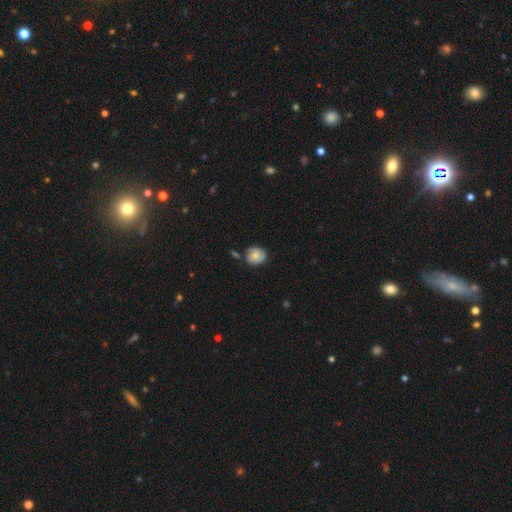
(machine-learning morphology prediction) Q: Smooth or featured?
A: smooth (58%); runner-up: featured or disk (34%)
Q: How rounded?
A: round (70%); runner-up: in between (29%)
Q: Merging?
A: none (67%); runner-up: minor disturbance (20%)